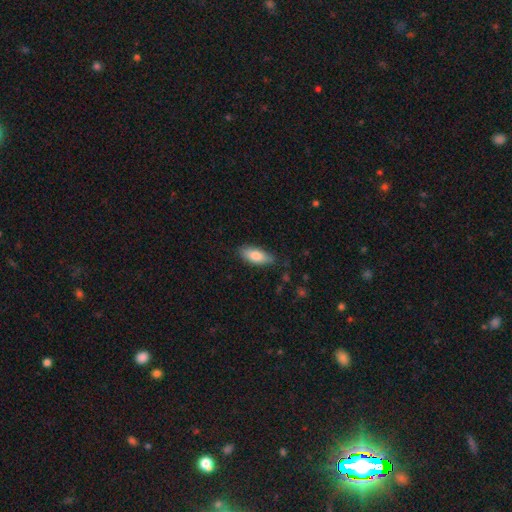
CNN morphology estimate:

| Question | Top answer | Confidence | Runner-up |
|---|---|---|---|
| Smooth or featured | smooth | 81% | featured or disk (13%) |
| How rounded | in between | 78% | cigar-shaped (20%) |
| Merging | none | 80% | minor disturbance (16%) |